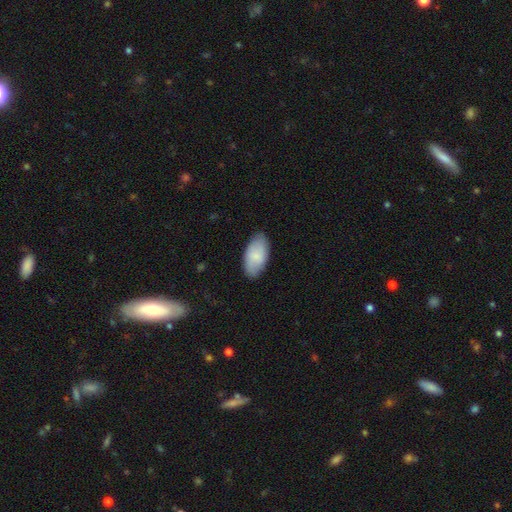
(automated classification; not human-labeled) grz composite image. It shows a smooth galaxy with no disk features (81%) that is in between round and cigar-shaped (95%). Merging: none (83%).